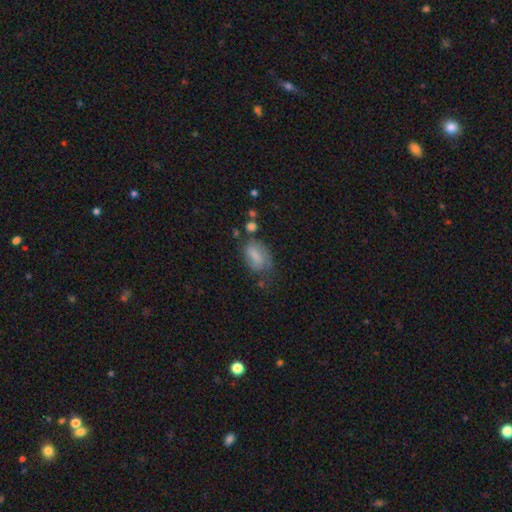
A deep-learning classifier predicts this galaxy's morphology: type=smooth (66%); roundness=in between (83%); merging=none (45%).